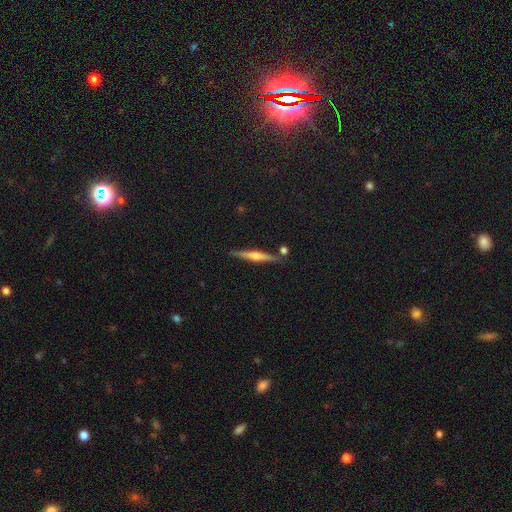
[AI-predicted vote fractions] This is likely a featured or disk galaxy (65%). It is clearly viewed edge-on (98%). Edge-on bulge: clearly rounded (83%). Merging: clearly none (85%).